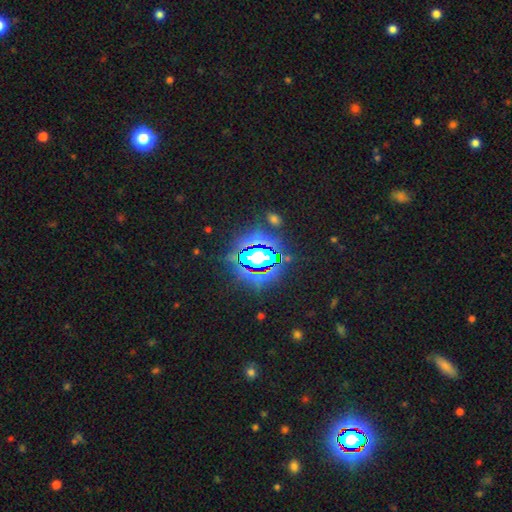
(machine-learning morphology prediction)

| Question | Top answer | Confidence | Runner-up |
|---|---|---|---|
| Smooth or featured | star or artifact | 81% | smooth (11%) |